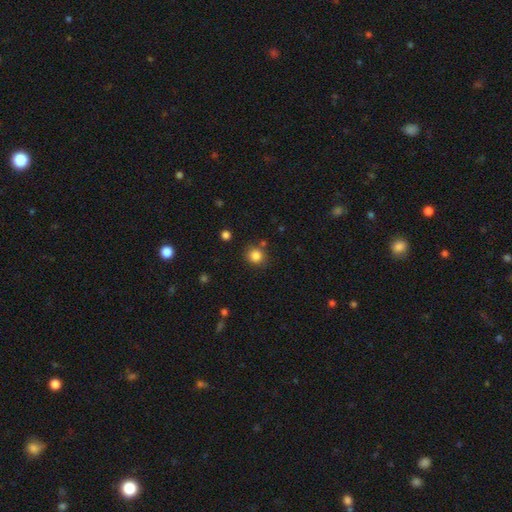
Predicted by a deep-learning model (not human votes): Smooth or featured: smooth — 84% (star or artifact — 11%)
How rounded: round — 88% (in between — 12%)
Merging: none — 80% (minor disturbance — 10%)